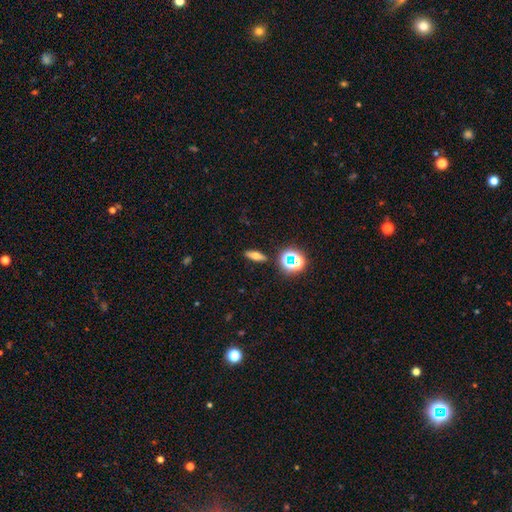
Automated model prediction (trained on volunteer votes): A smooth galaxy with no disk features (50%) that is in between round and cigar-shaped (49%).

Vote fractions:
- Smooth or featured? smooth: 50% / featured or disk: 32% / star or artifact: 18%
- How rounded? in between: 49% / cigar-shaped: 40% / round: 11%
- Merging? none: 89% / minor disturbance: 7% / major disturbance: 2% / merger: 2%